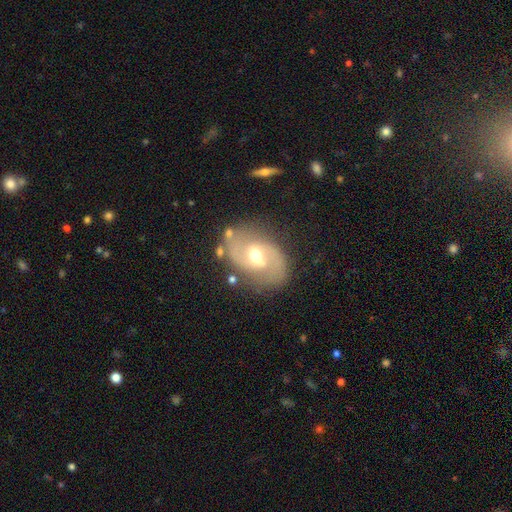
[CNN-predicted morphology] Smooth or featured? featured or disk (81%)
Edge-on disk? no (97%)
Bar? weak (53%)
Spiral arms? yes (89%)
Spiral winding? medium (51%)
Spiral arm count? 2 (90%)
Bulge size? moderate (69%)
Merging? none (75%)